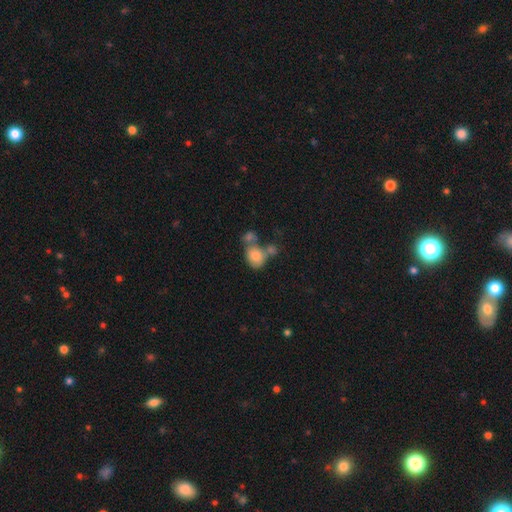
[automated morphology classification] The model was most divided on "how rounded": round: 50%, in between: 49%, cigar-shaped: 1%. Remaining: smooth or featured — smooth (79%); merging — merger (48%).